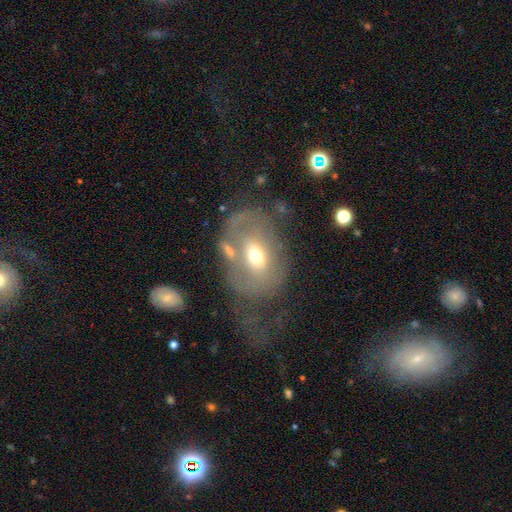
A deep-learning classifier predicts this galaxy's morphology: Q: Smooth or featured?
A: featured or disk (45%); runner-up: smooth (44%)
Q: Merging?
A: none (38%); runner-up: major disturbance (27%)